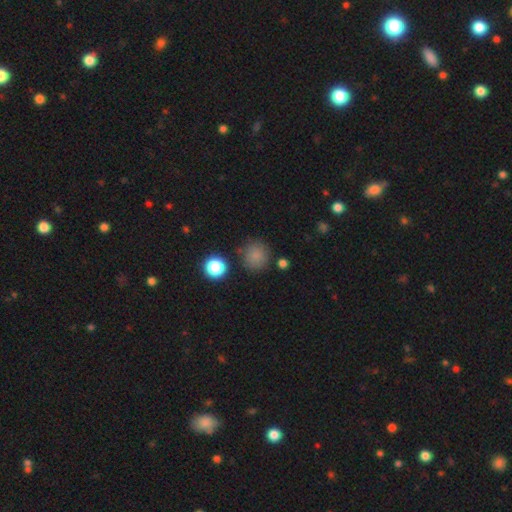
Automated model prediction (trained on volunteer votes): A smooth galaxy with no disk features (81%) that is round (90%).

Vote fractions:
- Smooth or featured? smooth: 81% / star or artifact: 14% / featured or disk: 5%
- How rounded? round: 90% / in between: 9% / cigar-shaped: 1%
- Merging? none: 80% / minor disturbance: 12% / merger: 4% / major disturbance: 4%